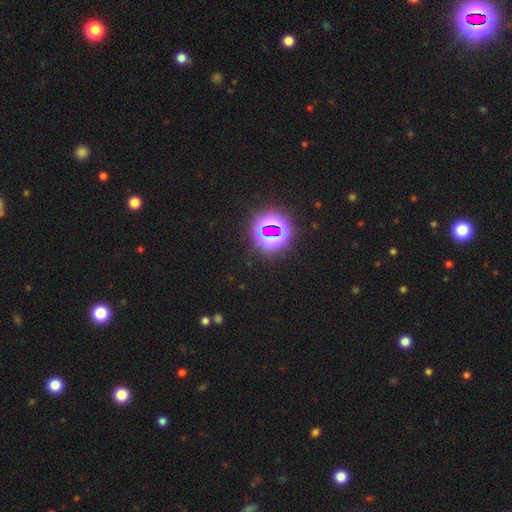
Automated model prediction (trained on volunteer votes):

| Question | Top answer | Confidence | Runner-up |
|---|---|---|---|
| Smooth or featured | star or artifact | 76% | smooth (16%) |